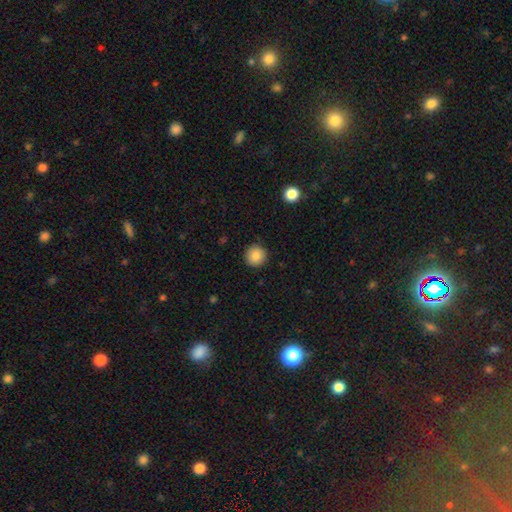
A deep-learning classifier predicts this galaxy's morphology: Smooth or featured?
  - smooth: 86% *
  - star or artifact: 9%
  - featured or disk: 5%
How rounded?
  - round: 95% *
  - in between: 4%
  - cigar-shaped: 1%
Merging?
  - none: 91% *
  - minor disturbance: 6%
  - major disturbance: 2%
  - merger: 1%